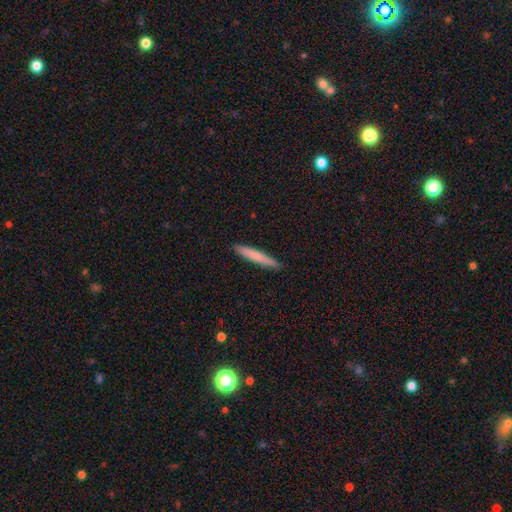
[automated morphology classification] Overall: smooth (76%). How rounded: cigar-shaped (95%). Merging: none (91%).